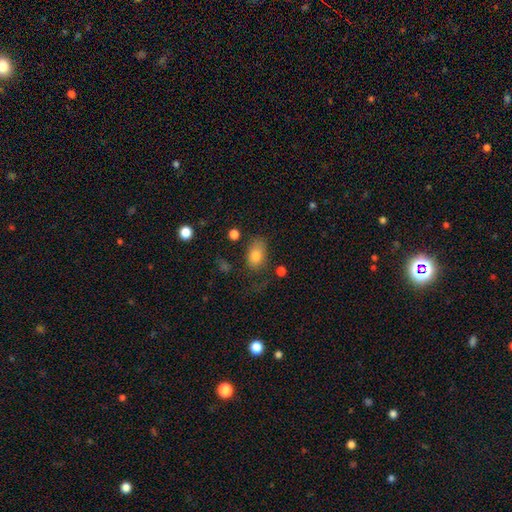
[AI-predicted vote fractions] Overall: smooth (79%). How rounded: in between (84%). Merging: none (56%; minor disturbance 24%).